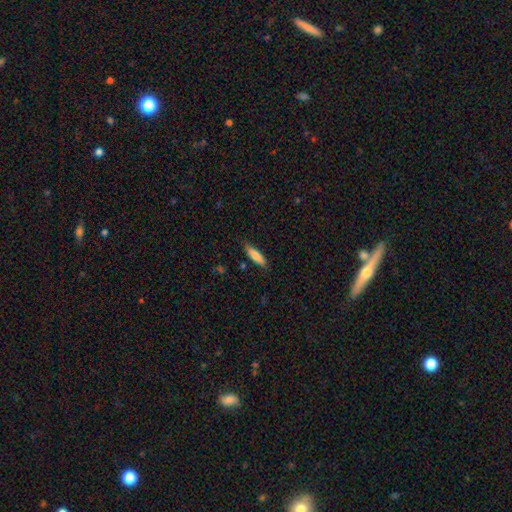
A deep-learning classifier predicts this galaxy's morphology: The model was most divided on "how rounded": cigar-shaped: 64%, in between: 34%, round: 1%. More confident: smooth or featured — smooth (84%); merging — none (81%).